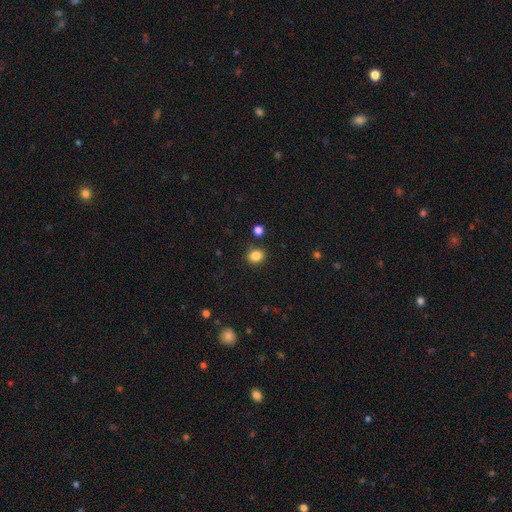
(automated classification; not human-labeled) A smooth galaxy with no disk features (84%) that is round (71%).

Vote fractions:
- Smooth or featured? smooth: 84% / star or artifact: 11% / featured or disk: 5%
- How rounded? round: 71% / in between: 28% / cigar-shaped: 1%
- Merging? none: 84% / minor disturbance: 9% / merger: 4% / major disturbance: 3%